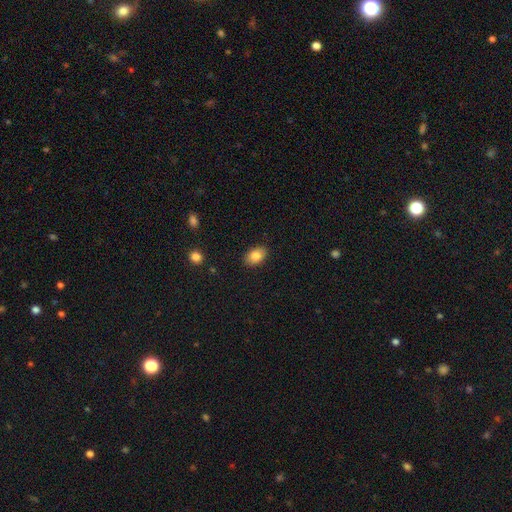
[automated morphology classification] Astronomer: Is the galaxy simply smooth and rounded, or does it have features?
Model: smooth — 84%.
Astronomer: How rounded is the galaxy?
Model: in between — 84%.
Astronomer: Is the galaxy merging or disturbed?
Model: none — 88%.